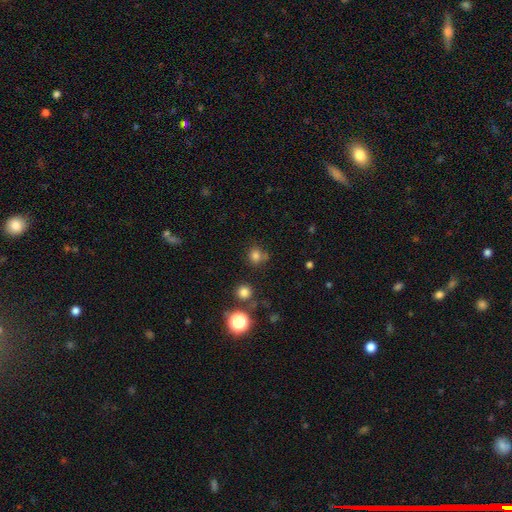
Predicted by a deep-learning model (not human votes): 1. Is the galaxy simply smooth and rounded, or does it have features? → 75% smooth, 18% star or artifact, 6% featured or disk.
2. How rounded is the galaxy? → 82% round, 17% in between, 1% cigar-shaped.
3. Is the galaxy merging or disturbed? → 69% none, 15% minor disturbance, 10% merger, 6% major disturbance.